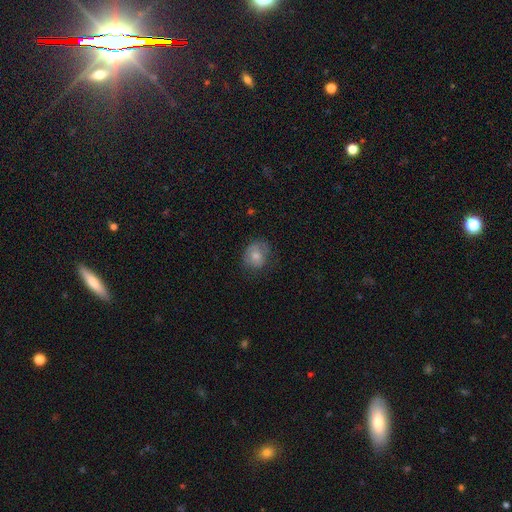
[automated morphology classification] Q: Smooth or featured?
A: smooth (70%); runner-up: featured or disk (21%)
Q: How rounded?
A: round (60%); runner-up: in between (39%)
Q: Merging?
A: none (57%); runner-up: minor disturbance (27%)